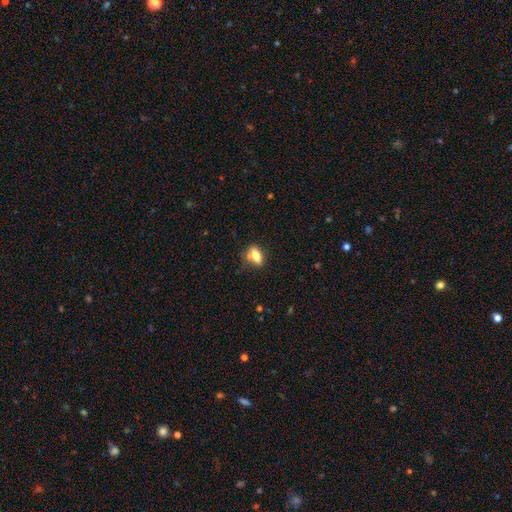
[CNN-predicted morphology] A smooth galaxy with no disk features (69%) that is in between round and cigar-shaped (77%). Merging: none (62%).